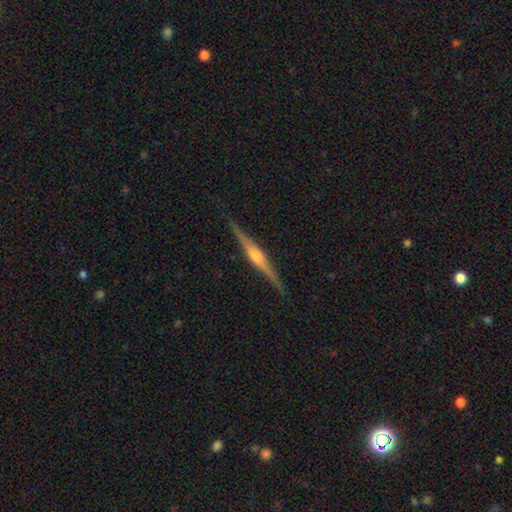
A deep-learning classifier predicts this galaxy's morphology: Smooth or featured? Predicted: featured or disk (p=0.83). Edge-on disk? Predicted: yes (p=0.98). Edge-on bulge? Predicted: rounded (p=0.76). Merging? Predicted: none (p=0.90).